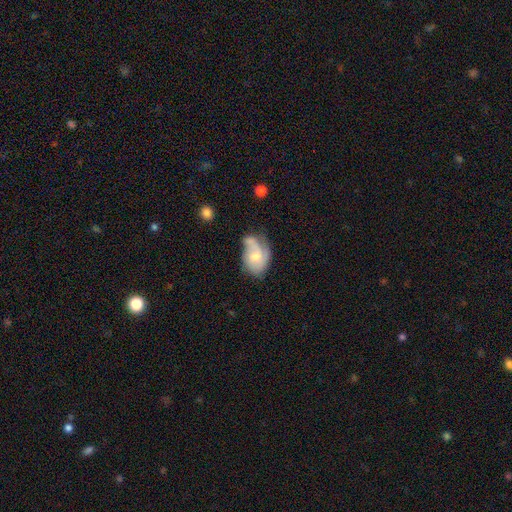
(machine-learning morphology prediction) This appears to be a featured or disk galaxy (52%). Merging: none (32%).